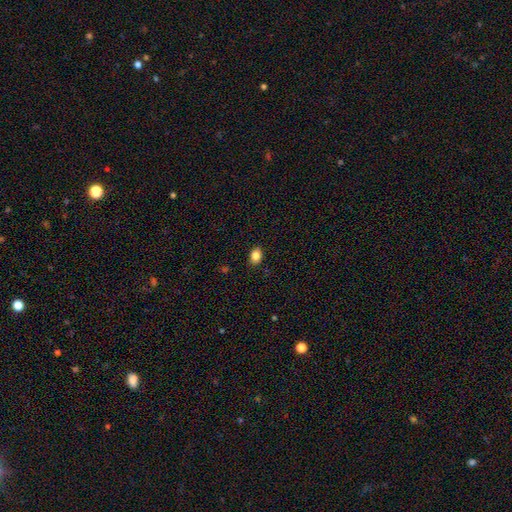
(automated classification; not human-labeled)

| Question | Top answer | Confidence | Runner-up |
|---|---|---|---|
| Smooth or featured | smooth | 85% | star or artifact (10%) |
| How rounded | in between | 71% | round (27%) |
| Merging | none | 88% | minor disturbance (9%) |